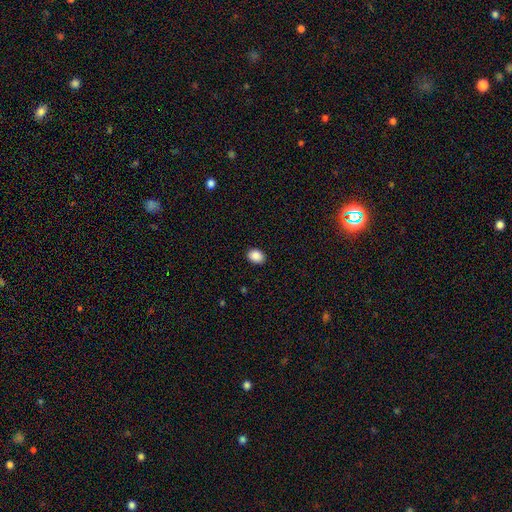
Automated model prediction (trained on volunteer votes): A smooth galaxy with no disk features (89%) that is in between round and cigar-shaped (66%). Merging: none (90%).